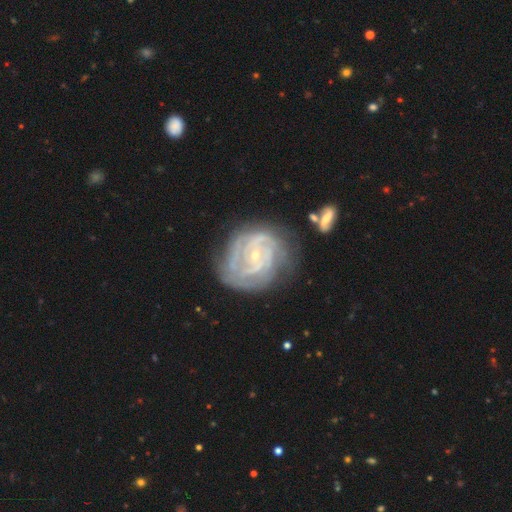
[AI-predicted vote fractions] smooth_or_featured: featured or disk (p=0.88) [alt: smooth p=0.06]
disk_edge_on: no (p=0.98) [alt: yes p=0.02]
bar: no (p=0.62) [alt: weak p=0.28]
has_spiral_arms: yes (p=0.96) [alt: no p=0.04]
spiral_winding: tight (p=0.72) [alt: medium p=0.24]
spiral_arm_count: can't tell (p=0.25) [alt: 3 p=0.24]
bulge_size: small (p=0.83) [alt: moderate p=0.14]
merging: none (p=0.64) [alt: minor disturbance p=0.22]